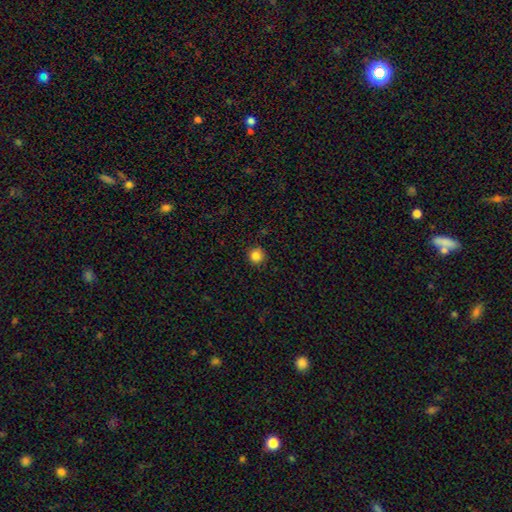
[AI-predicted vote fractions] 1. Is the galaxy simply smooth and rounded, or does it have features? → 85% smooth, 11% star or artifact, 4% featured or disk.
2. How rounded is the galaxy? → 94% round, 5% in between, 1% cigar-shaped.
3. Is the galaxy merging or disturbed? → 90% none, 7% minor disturbance, 2% major disturbance, 1% merger.